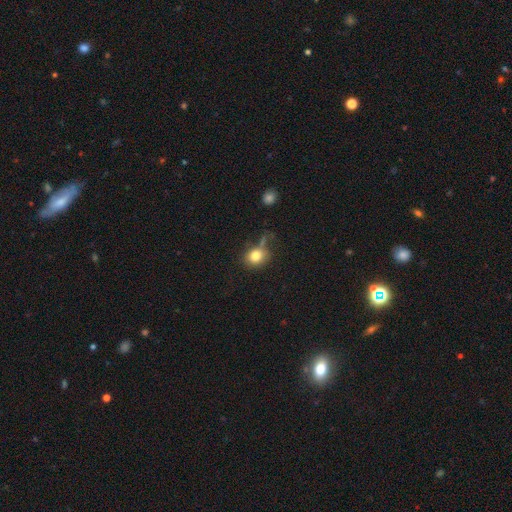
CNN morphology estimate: This appears to be a smooth galaxy with no disk features (81%) that is round (68%). Merging: none (54%).